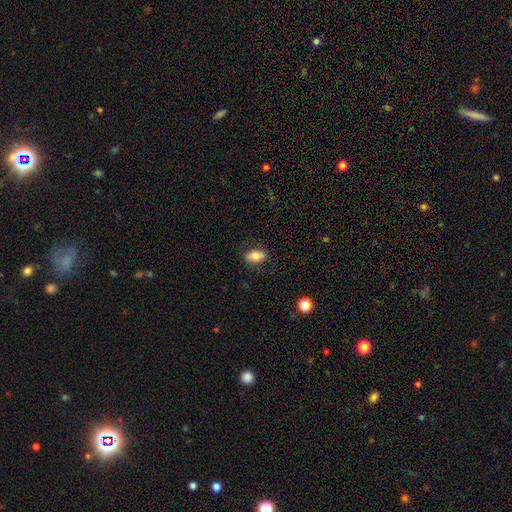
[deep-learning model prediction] This is likely a smooth galaxy (79%). How rounded: clearly in between (89%). Merging: clearly none (80%).